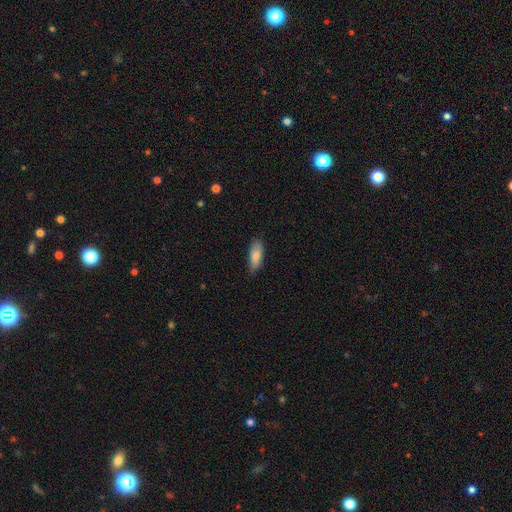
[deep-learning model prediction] Smooth or featured? Predicted: smooth (p=0.84). How rounded? Predicted: in between (p=0.72). Merging? Predicted: none (p=0.79).